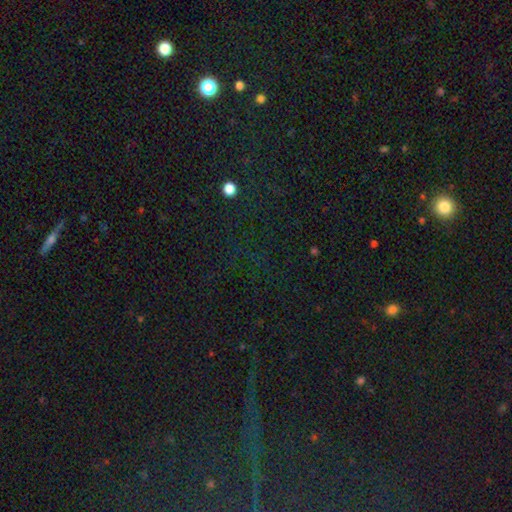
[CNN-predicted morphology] A star or artifact, not a galaxy (75%).